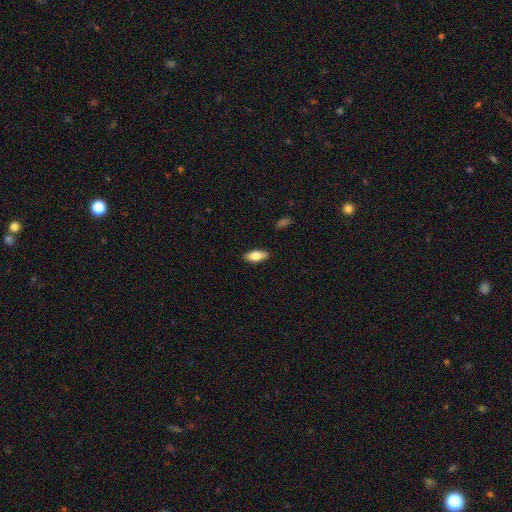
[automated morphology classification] Q: Smooth or featured?
A: smooth (80%); runner-up: featured or disk (14%)
Q: How rounded?
A: in between (80%); runner-up: cigar-shaped (17%)
Q: Merging?
A: none (87%); runner-up: minor disturbance (9%)